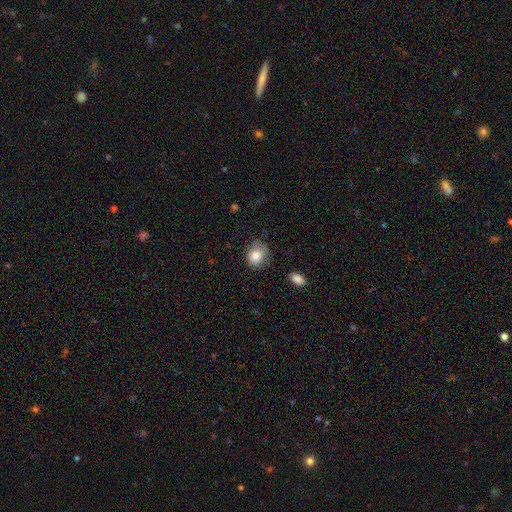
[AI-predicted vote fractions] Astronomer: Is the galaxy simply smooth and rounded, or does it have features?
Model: smooth — 83%.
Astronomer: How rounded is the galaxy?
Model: round — 68%.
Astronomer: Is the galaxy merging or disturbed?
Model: none — 65%.